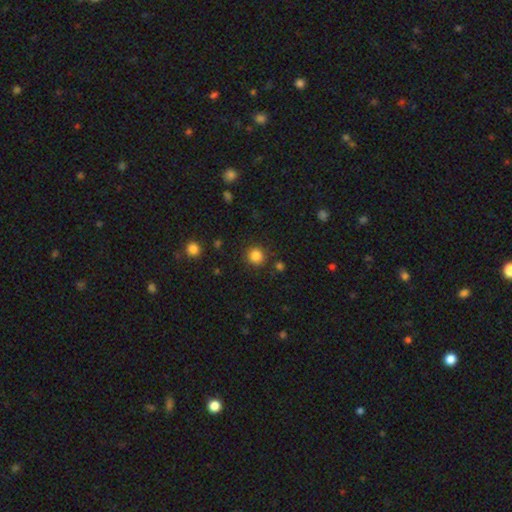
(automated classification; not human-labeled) smooth 84%, star or artifact 11%, featured or disk 4%. Down the decision tree: how rounded — round (93%); merging — none (89%).